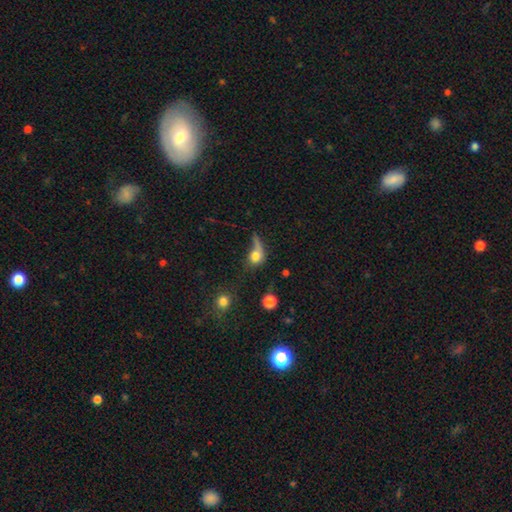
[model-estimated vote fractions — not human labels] smooth_or_featured: smooth (p=0.67) [alt: featured or disk p=0.21]
how_rounded: round (p=0.53) [alt: in between p=0.40]
merging: major disturbance (p=0.39) [alt: none p=0.28]